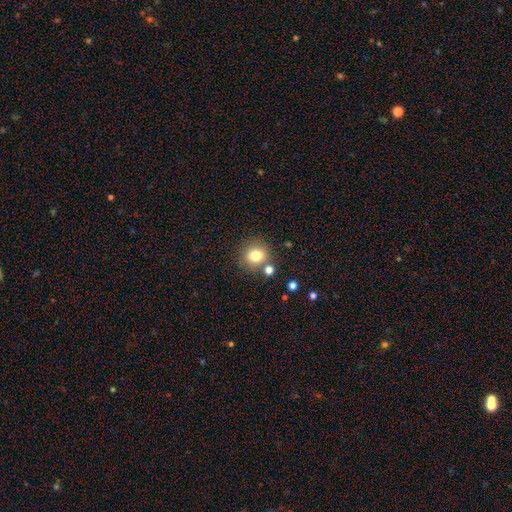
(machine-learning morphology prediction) Smooth or featured? Predicted: smooth (p=0.79). How rounded? Predicted: round (p=0.86). Merging? Predicted: none (p=0.76).